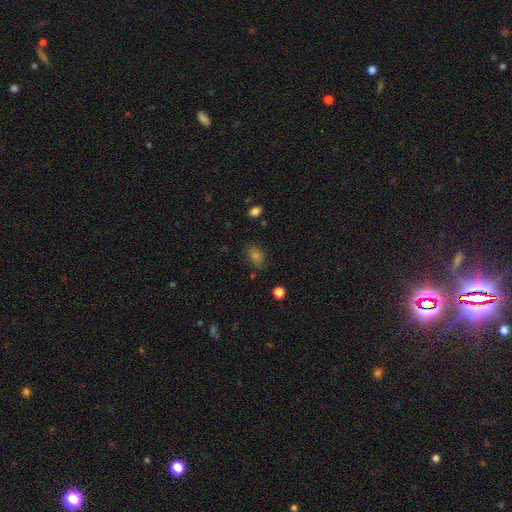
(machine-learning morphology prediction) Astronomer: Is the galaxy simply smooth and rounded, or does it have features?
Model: smooth — 61%.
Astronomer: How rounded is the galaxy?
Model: in between — 63%.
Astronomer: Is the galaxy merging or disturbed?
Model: none — 79%.